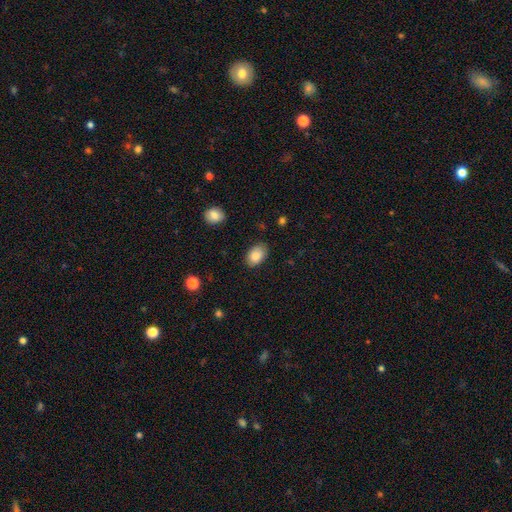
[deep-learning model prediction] smooth-or-featured: smooth: 87% | star or artifact: 7% | featured or disk: 6%
  how-rounded: in between: 88% | round: 11% | cigar-shaped: 1%
  merging: none: 83% | minor disturbance: 13% | major disturbance: 3% | merger: 1%